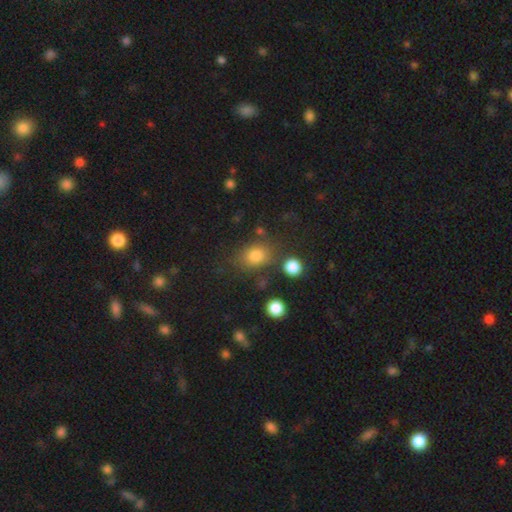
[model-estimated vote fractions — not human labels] This is likely a smooth galaxy (79%). How rounded: possibly in between (54%). Merging: likely none (72%).